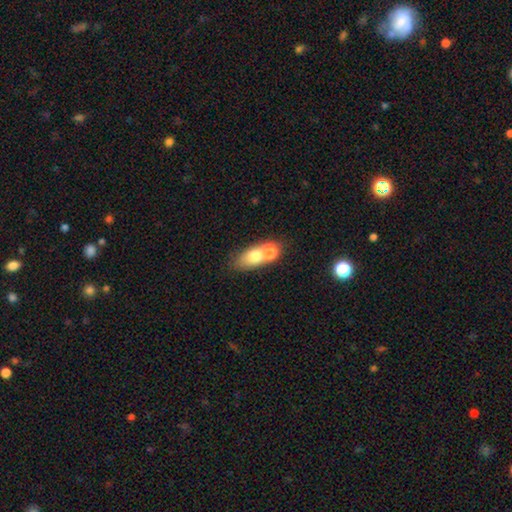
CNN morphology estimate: smooth_or_featured: smooth (p=0.69) [alt: featured or disk p=0.20]
how_rounded: in between (p=0.67) [alt: round p=0.27]
merging: merger (p=0.50) [alt: none p=0.36]